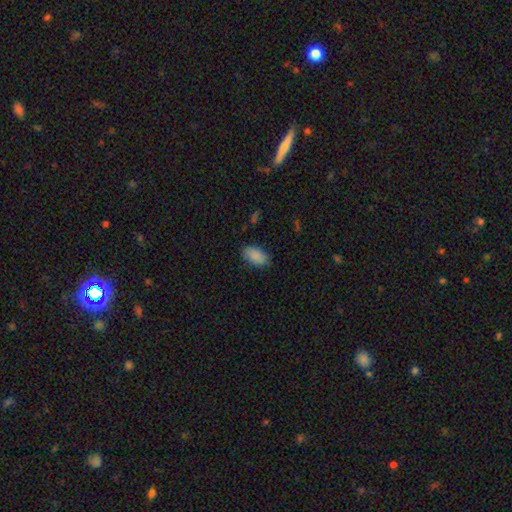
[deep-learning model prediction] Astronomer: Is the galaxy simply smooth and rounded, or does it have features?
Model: smooth — 88%.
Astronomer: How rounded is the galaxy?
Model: in between — 93%.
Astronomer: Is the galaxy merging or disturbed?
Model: none — 83%.